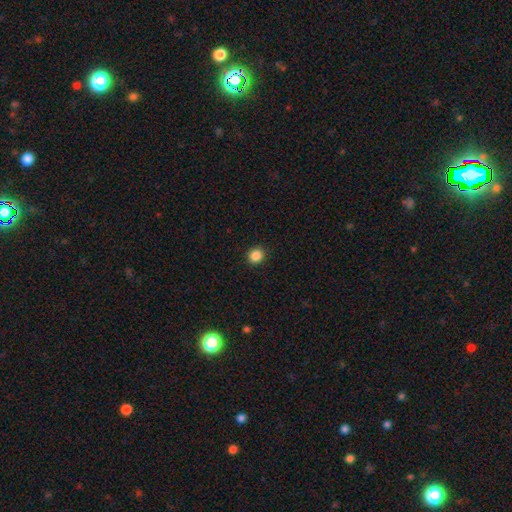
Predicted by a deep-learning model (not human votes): smooth-or-featured: smooth: 87% | star or artifact: 10% | featured or disk: 3%
  how-rounded: round: 87% | in between: 12% | cigar-shaped: 1%
  merging: none: 92% | minor disturbance: 6% | major disturbance: 2% | merger: 1%